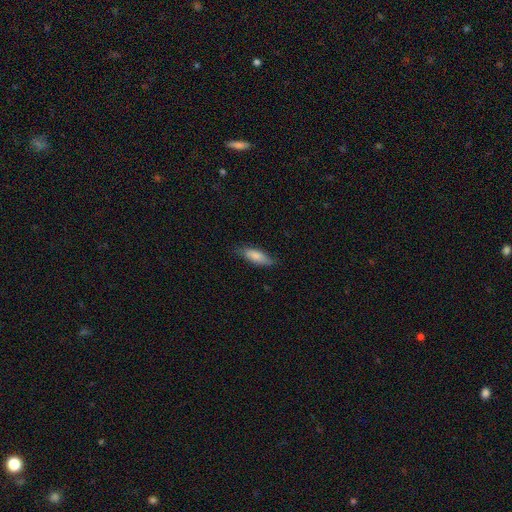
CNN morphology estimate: type=smooth (79%); roundness=in between (64%); merging=none (72%).